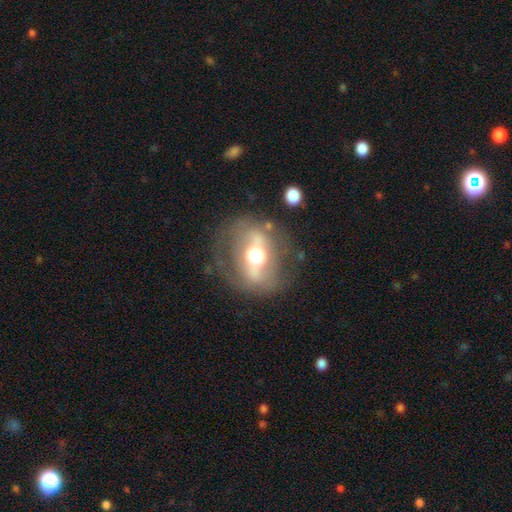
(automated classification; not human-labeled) Q: Smooth or featured?
A: featured or disk (68%); runner-up: smooth (24%)
Q: Edge-on disk?
A: no (79%); runner-up: yes (21%)
Q: Bar?
A: strong (61%); runner-up: weak (22%)
Q: Spiral arms?
A: no (72%); runner-up: yes (28%)
Q: Bulge size?
A: moderate (62%); runner-up: large (28%)
Q: Merging?
A: none (71%); runner-up: minor disturbance (15%)